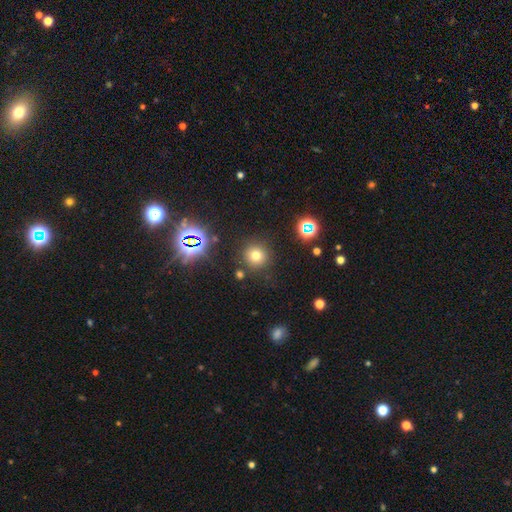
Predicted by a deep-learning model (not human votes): This is likely a smooth galaxy (67%). How rounded: clearly round (94%). Merging: clearly none (86%).